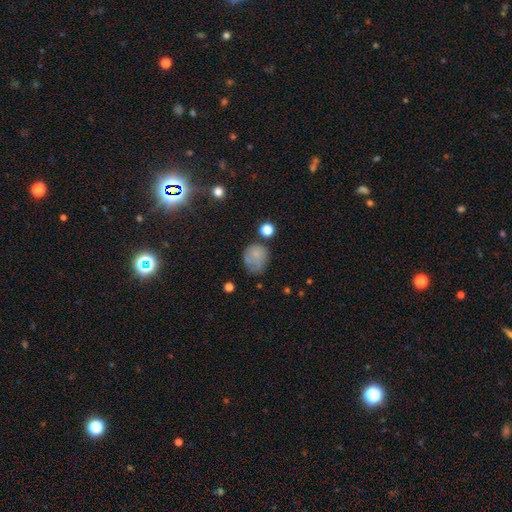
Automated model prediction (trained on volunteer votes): The model was most divided on "merging": none: 49%, minor disturbance: 30%, major disturbance: 15%, merger: 7%. More confident: how rounded — round (74%); smooth or featured — smooth (72%).